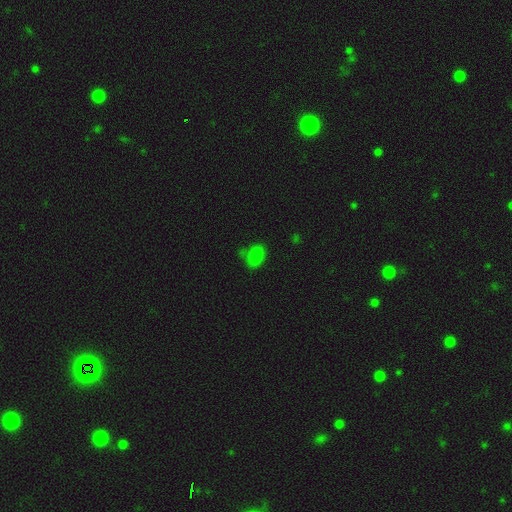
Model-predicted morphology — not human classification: The model was most divided on "merging": none: 60%, minor disturbance: 25%, major disturbance: 9%, merger: 6%. More confident: smooth or featured — smooth (80%); how rounded — in between (76%).